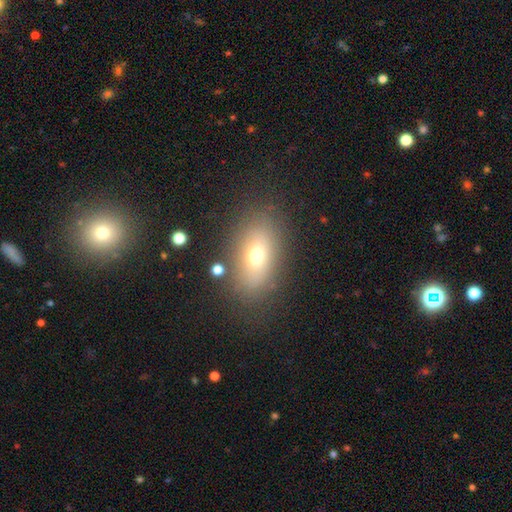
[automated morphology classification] Q: Smooth or featured?
A: smooth (65%); runner-up: featured or disk (21%)
Q: How rounded?
A: in between (82%); runner-up: round (14%)
Q: Merging?
A: none (80%); runner-up: minor disturbance (12%)